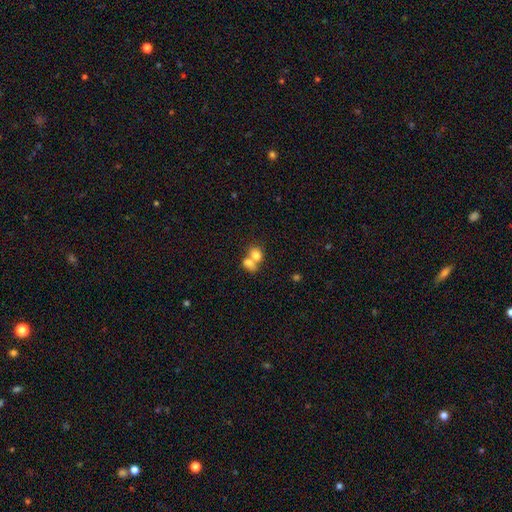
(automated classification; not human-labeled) smooth_or_featured: smooth (p=0.75) [alt: featured or disk p=0.15]
how_rounded: in between (p=0.55) [alt: round p=0.43]
merging: merger (p=0.68) [alt: none p=0.22]